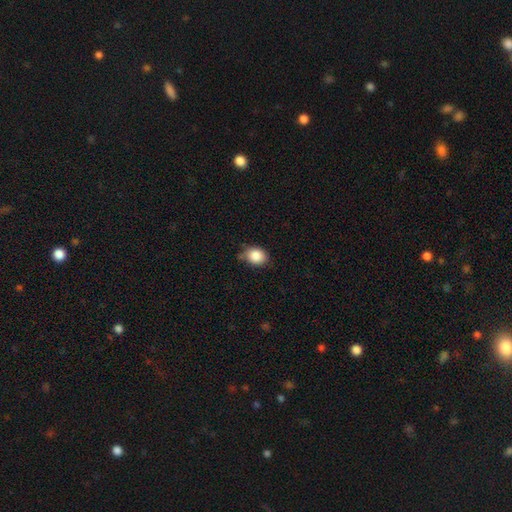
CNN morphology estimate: smooth-or-featured: smooth: 86% | star or artifact: 8% | featured or disk: 6%
  how-rounded: in between: 54% | round: 45% | cigar-shaped: 1%
  merging: none: 67% | minor disturbance: 26% | major disturbance: 4% | merger: 3%